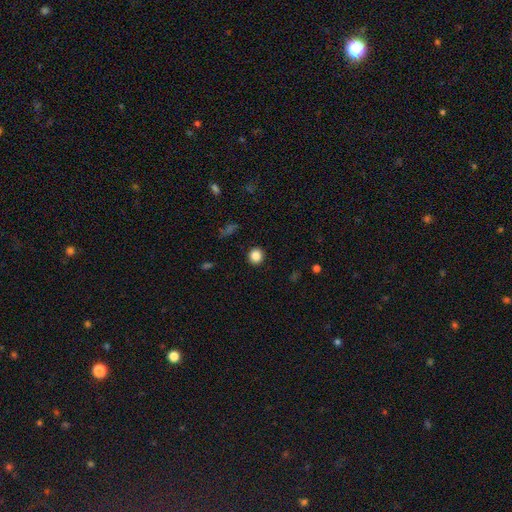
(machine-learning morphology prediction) Overall: smooth (86%). How rounded: round (91%). Merging: none (92%).